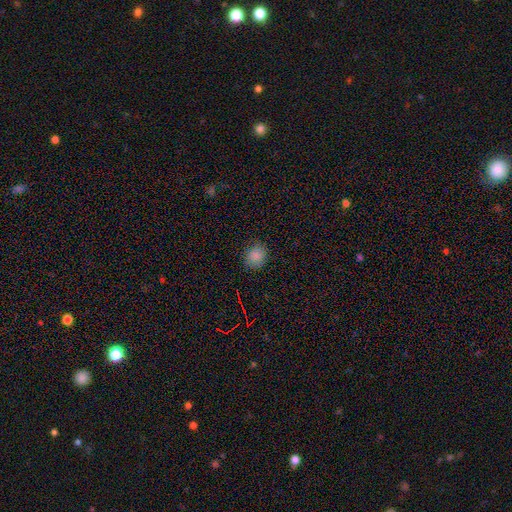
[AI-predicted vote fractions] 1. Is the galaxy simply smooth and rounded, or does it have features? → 83% smooth, 12% star or artifact, 5% featured or disk.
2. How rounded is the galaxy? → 75% round, 24% in between, 1% cigar-shaped.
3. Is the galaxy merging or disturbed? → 84% none, 12% minor disturbance, 3% major disturbance, 1% merger.